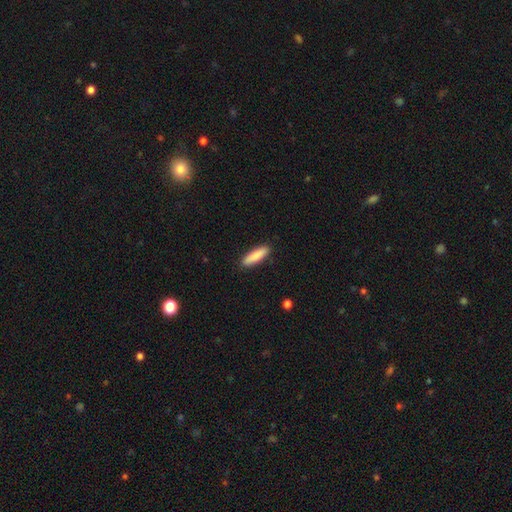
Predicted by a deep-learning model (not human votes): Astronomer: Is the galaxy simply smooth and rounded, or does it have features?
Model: smooth — 85%.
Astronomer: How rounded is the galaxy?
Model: cigar-shaped — 71%.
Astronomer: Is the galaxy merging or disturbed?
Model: none — 90%.